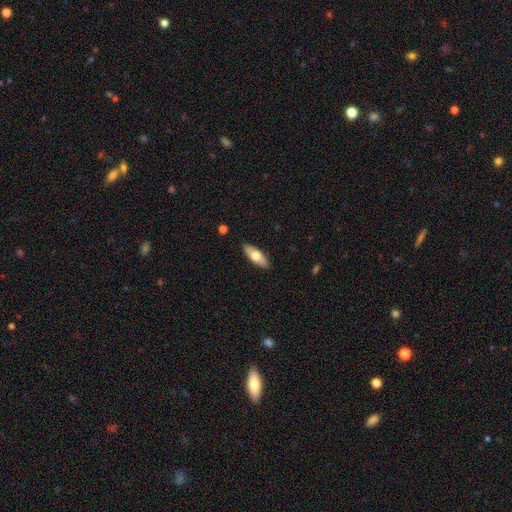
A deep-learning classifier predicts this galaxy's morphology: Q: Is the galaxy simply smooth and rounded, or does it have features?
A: smooth — 62%.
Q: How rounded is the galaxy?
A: in between — 66%.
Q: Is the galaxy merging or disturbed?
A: none — 89%.